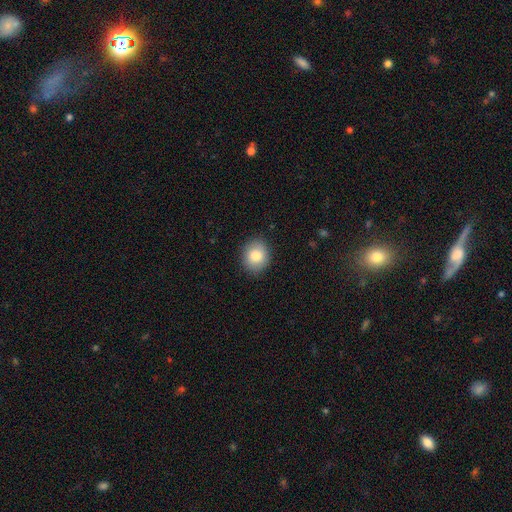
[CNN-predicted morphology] This appears to be a smooth galaxy with no disk features (84%) that is round (68%). Merging: none (88%).